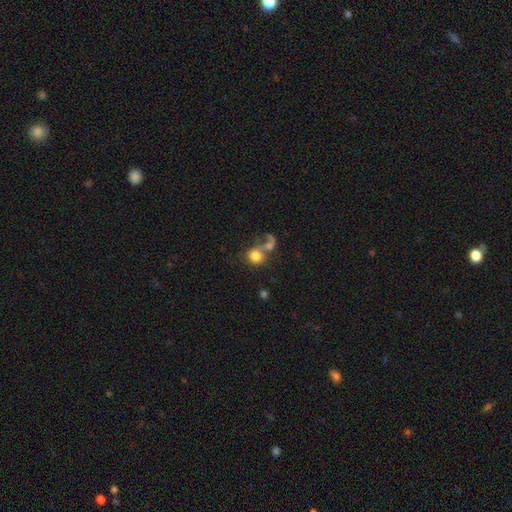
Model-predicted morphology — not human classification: Smooth or featured?
  - smooth: 75% *
  - featured or disk: 15%
  - star or artifact: 10%
How rounded?
  - round: 71% *
  - in between: 27%
  - cigar-shaped: 1%
Merging?
  - merger: 50% *
  - none: 28%
  - major disturbance: 14%
  - minor disturbance: 9%